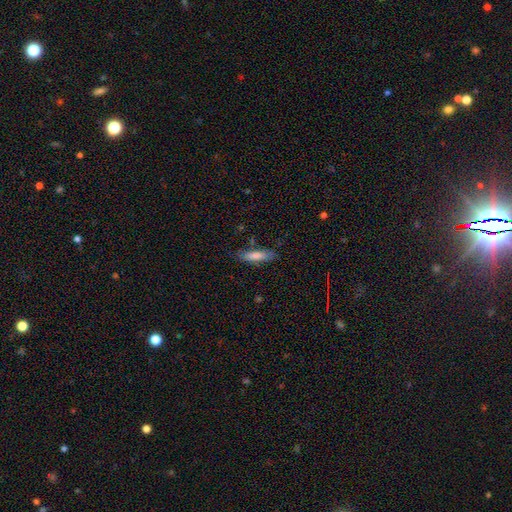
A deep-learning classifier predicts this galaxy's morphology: type=smooth (78%); roundness=cigar-shaped (66%); merging=none (78%).